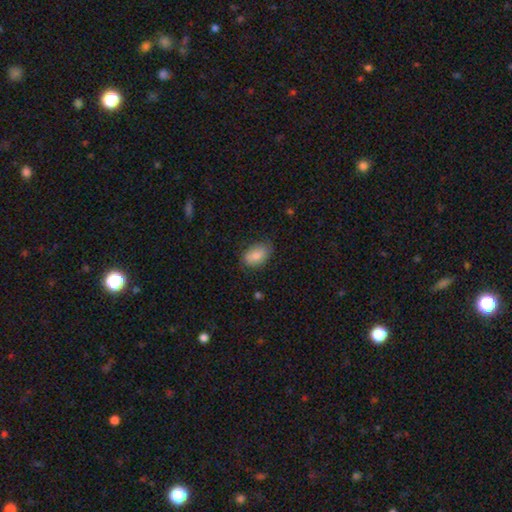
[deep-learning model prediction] smooth 80%, featured or disk 13%, star or artifact 7%. Down the decision tree: how rounded — in between (89%); merging — none (72%).